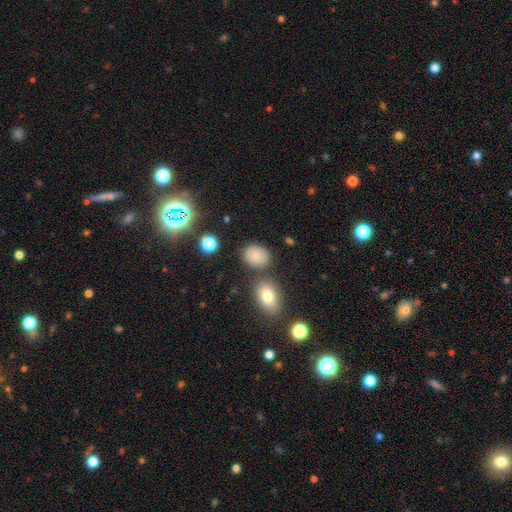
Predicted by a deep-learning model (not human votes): Smooth or featured? smooth (81%)
How rounded? in between (65%)
Merging? none (75%)